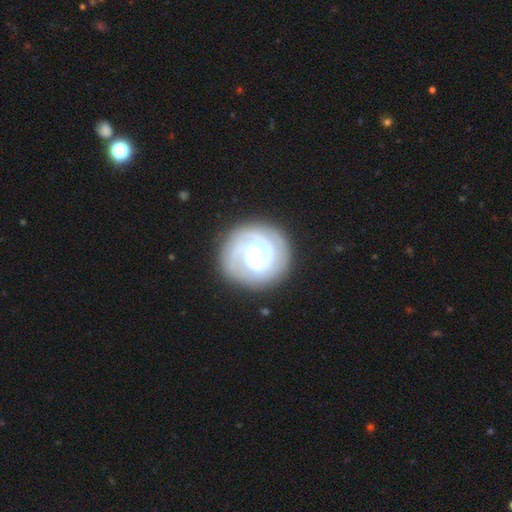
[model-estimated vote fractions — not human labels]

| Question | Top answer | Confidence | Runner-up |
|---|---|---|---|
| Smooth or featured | featured or disk | 81% | smooth (13%) |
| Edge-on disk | no | 98% | yes (2%) |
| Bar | weak | 41% | no (37%) |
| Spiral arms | yes | 94% | no (6%) |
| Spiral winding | tight | 65% | medium (26%) |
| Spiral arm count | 2 | 38% | 1 (24%) |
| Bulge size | large | 42% | moderate (38%) |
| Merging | none | 79% | minor disturbance (12%) |